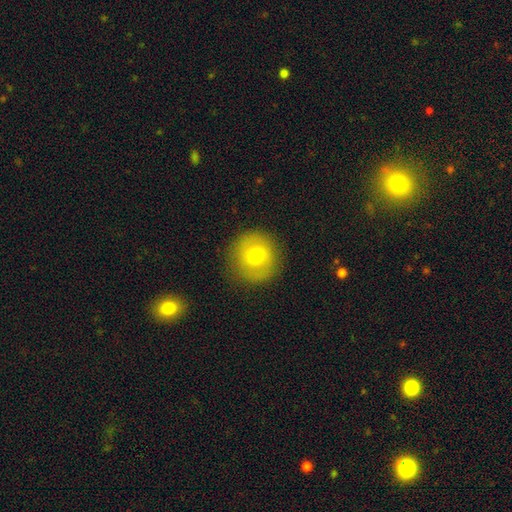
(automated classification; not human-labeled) Overall: smooth (69%). How rounded: round (93%). Merging: none (87%).